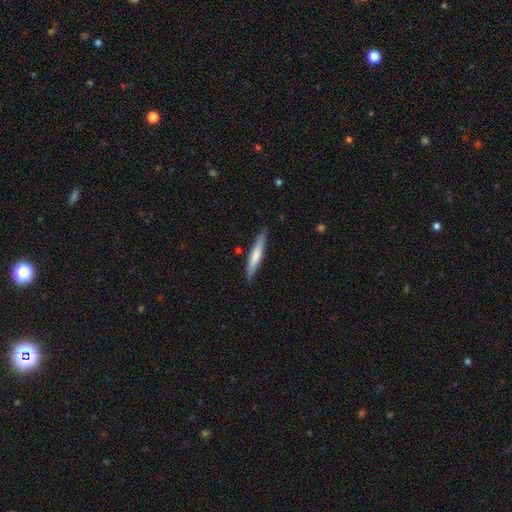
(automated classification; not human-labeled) This is likely a smooth galaxy (69%). How rounded: clearly cigar-shaped (92%). Merging: clearly none (86%).